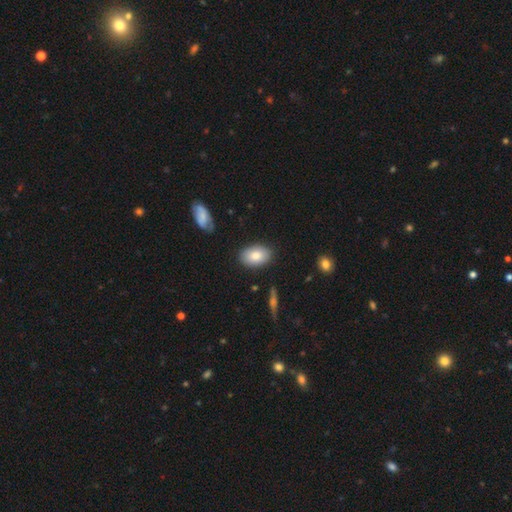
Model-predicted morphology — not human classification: Smooth or featured: smooth — 83% (featured or disk — 11%)
How rounded: in between — 91% (round — 8%)
Merging: none — 84% (minor disturbance — 12%)